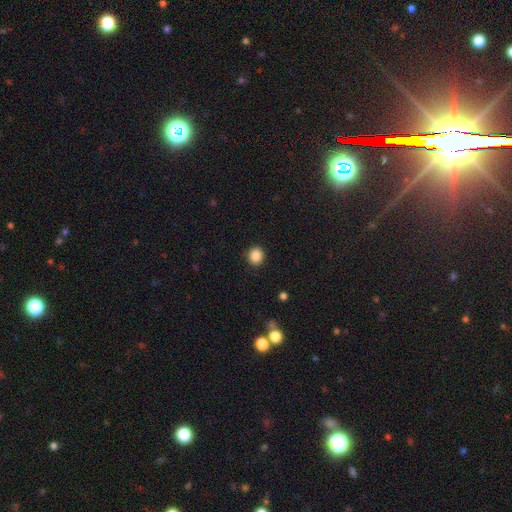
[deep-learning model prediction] A smooth galaxy with no disk features (87%) that is round (87%).

Vote fractions:
- Smooth or featured? smooth: 87% / star or artifact: 10% / featured or disk: 3%
- How rounded? round: 87% / in between: 12% / cigar-shaped: 1%
- Merging? none: 90% / minor disturbance: 7% / major disturbance: 2% / merger: 1%